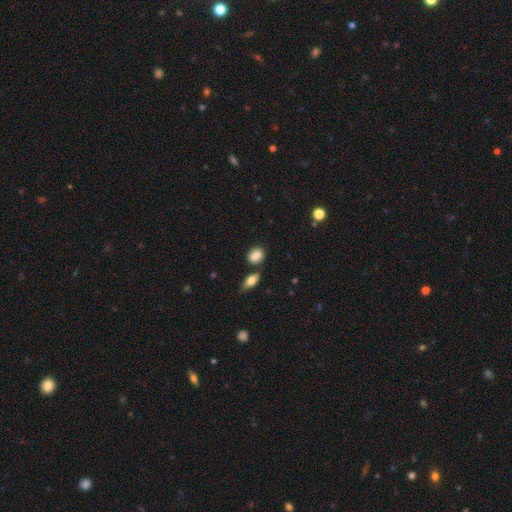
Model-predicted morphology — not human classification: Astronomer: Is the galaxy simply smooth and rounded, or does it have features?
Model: smooth — 86%.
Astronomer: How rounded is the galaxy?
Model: in between — 61% (runner-up: round, 36%).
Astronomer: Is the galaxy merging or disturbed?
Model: none — 70%.